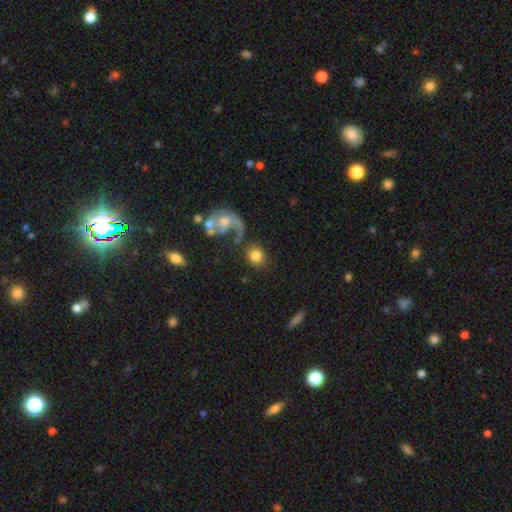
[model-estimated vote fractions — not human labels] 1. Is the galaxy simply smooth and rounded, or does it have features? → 73% smooth, 18% featured or disk, 9% star or artifact.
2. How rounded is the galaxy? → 75% round, 24% in between, 1% cigar-shaped.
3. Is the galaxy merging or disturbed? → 53% none, 16% merger, 16% major disturbance, 14% minor disturbance.